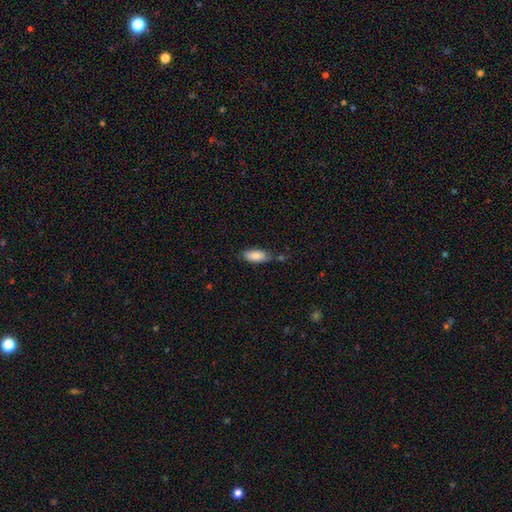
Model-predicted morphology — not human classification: The model was most divided on "merging": none: 62%, minor disturbance: 26%, merger: 6%, major disturbance: 6%. More confident: smooth or featured — smooth (85%); how rounded — in between (84%).